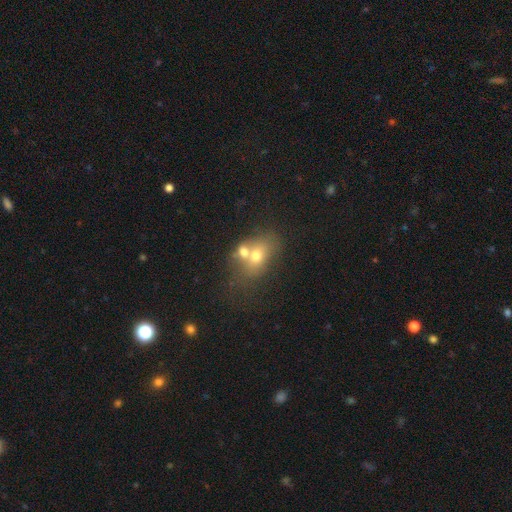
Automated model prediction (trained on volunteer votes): Smooth or featured? Predicted: smooth (p=0.63). How rounded? Predicted: in between (p=0.66). Merging? Predicted: merger (p=0.59).